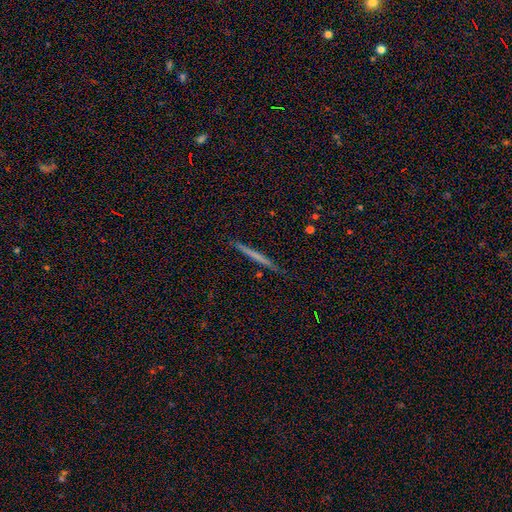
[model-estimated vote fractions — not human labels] Smooth or featured?
  - smooth: 51% *
  - featured or disk: 43%
  - star or artifact: 7%
How rounded?
  - cigar-shaped: 96% *
  - in between: 2%
  - round: 2%
Merging?
  - none: 90% *
  - minor disturbance: 7%
  - major disturbance: 1%
  - merger: 1%